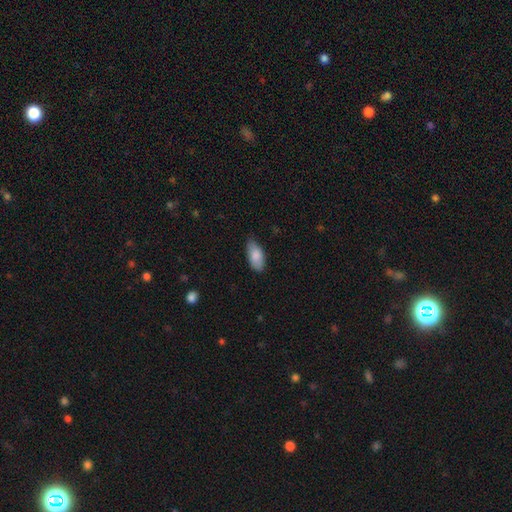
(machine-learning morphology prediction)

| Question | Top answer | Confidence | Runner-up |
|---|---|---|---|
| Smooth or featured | smooth | 85% | featured or disk (8%) |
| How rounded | in between | 90% | cigar-shaped (8%) |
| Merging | none | 74% | minor disturbance (22%) |